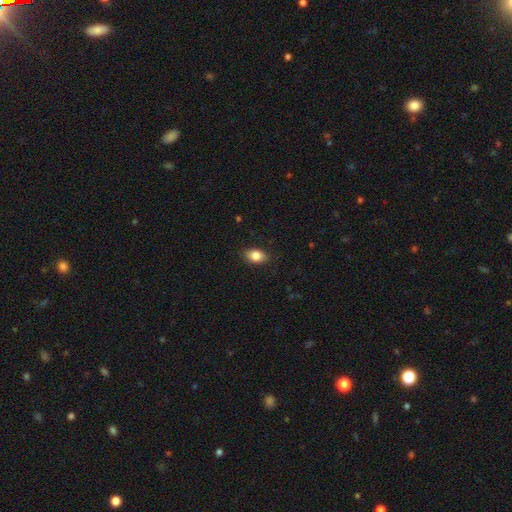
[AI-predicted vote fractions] Q: Smooth or featured?
A: smooth (84%); runner-up: star or artifact (8%)
Q: How rounded?
A: in between (85%); runner-up: round (13%)
Q: Merging?
A: none (87%); runner-up: minor disturbance (10%)